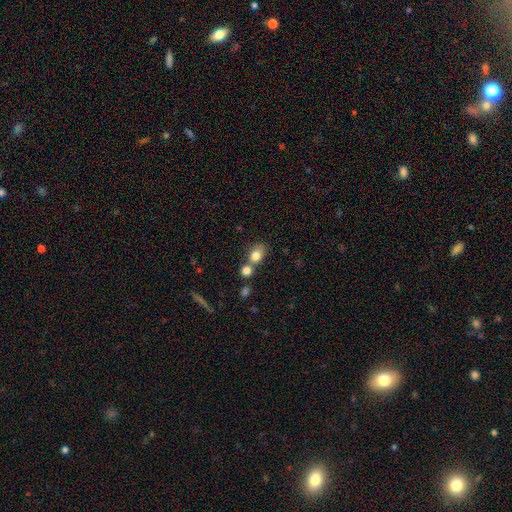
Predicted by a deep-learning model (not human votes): The model was most divided on "merging": none: 43%, merger: 40%, minor disturbance: 12%, major disturbance: 5%. More confident: smooth or featured — smooth (79%); how rounded — in between (54%).